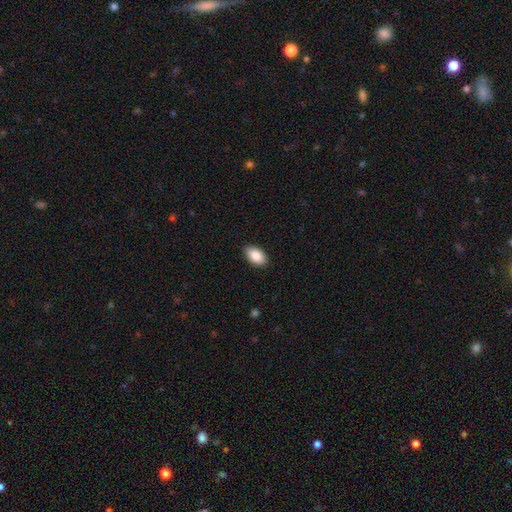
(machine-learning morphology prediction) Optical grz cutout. It shows a smooth galaxy with no disk features (88%) that is in between round and cigar-shaped (94%). Merging: none (89%).